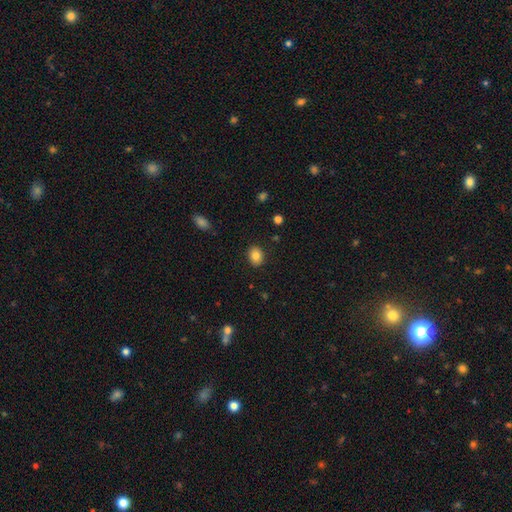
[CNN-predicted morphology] Smooth or featured?
  - smooth: 83% *
  - star or artifact: 9%
  - featured or disk: 8%
How rounded?
  - in between: 51% *
  - round: 49%
  - cigar-shaped: 1%
Merging?
  - none: 88% *
  - minor disturbance: 8%
  - major disturbance: 2%
  - merger: 1%